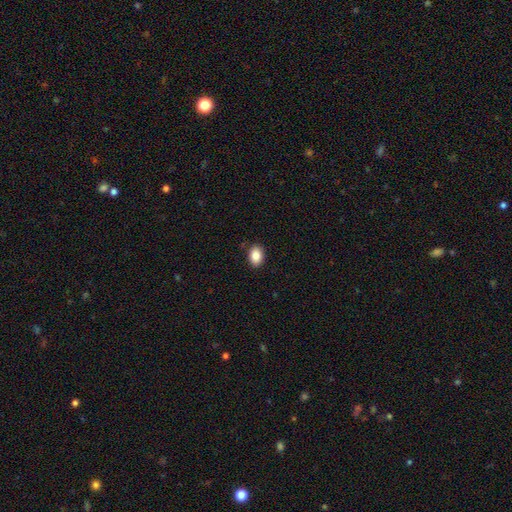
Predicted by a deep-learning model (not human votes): This is clearly a smooth galaxy (86%). How rounded: clearly in between (84%). Merging: clearly none (89%).